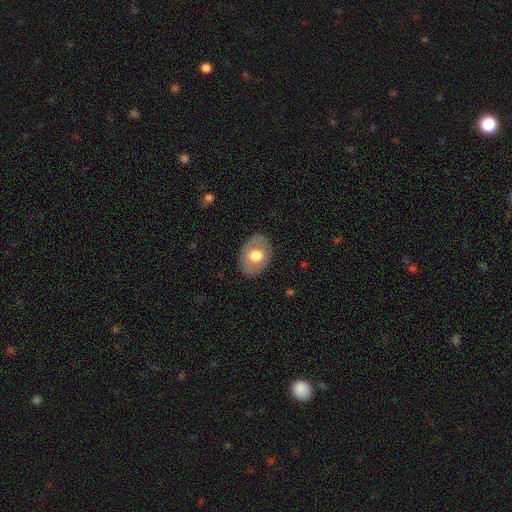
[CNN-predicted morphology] This appears to be a smooth galaxy with no disk features (61%) that is in between round and cigar-shaped (69%). Merging: none (83%).